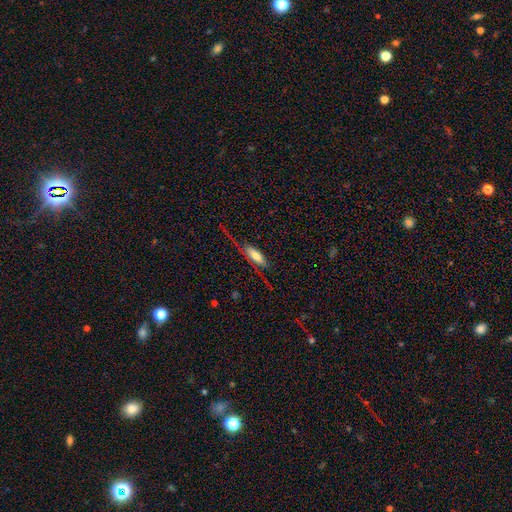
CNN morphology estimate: type=smooth (60%); roundness=in between (59%); merging=none (51%).